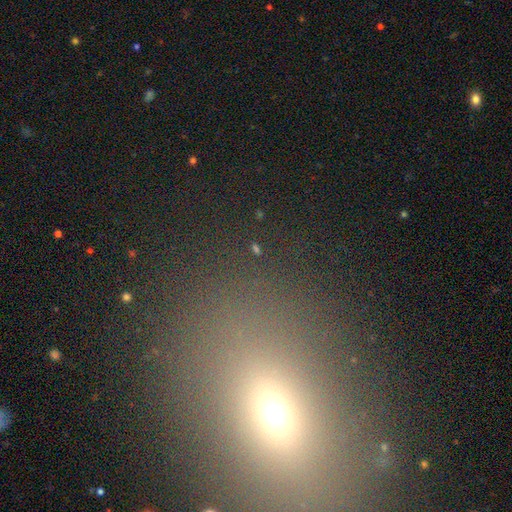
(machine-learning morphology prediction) smooth 47%, star or artifact 40%, featured or disk 13%. Down the decision tree: merging — none (81%).